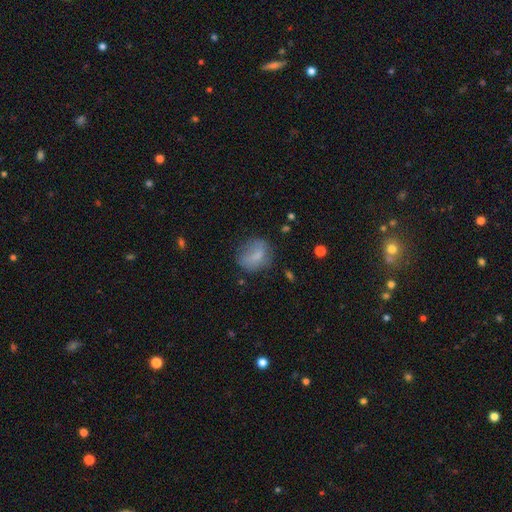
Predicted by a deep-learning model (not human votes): smooth 71%, featured or disk 20%, star or artifact 10%. Down the decision tree: how rounded — in between (54%); merging — none (56%).